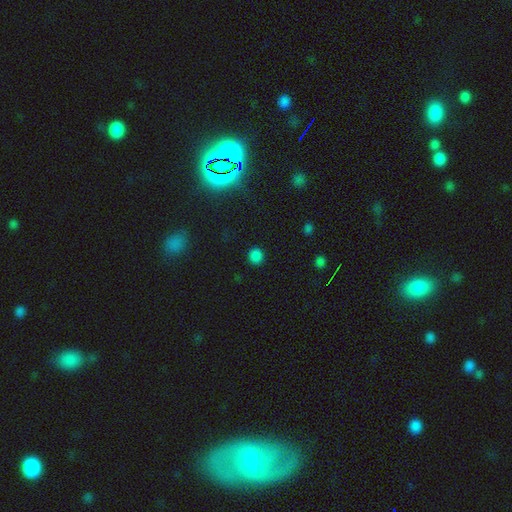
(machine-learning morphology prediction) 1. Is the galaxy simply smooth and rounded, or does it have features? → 80% smooth, 17% star or artifact, 3% featured or disk.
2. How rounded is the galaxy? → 83% round, 16% in between, 1% cigar-shaped.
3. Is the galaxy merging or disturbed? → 90% none, 7% minor disturbance, 2% major disturbance, 1% merger.